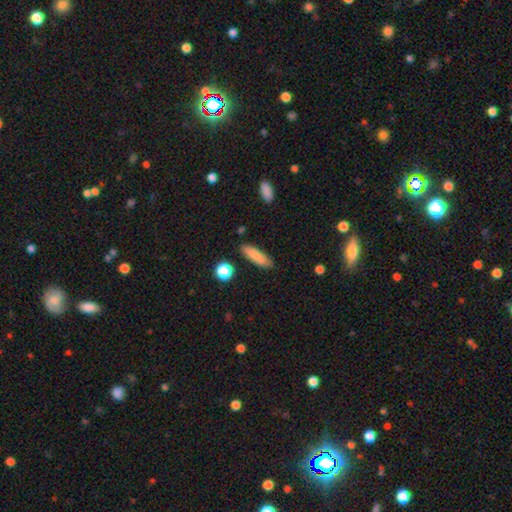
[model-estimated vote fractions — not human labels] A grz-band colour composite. It shows a smooth galaxy with no disk features (85%) that is cigar-shaped (65%). Merging: none (87%).